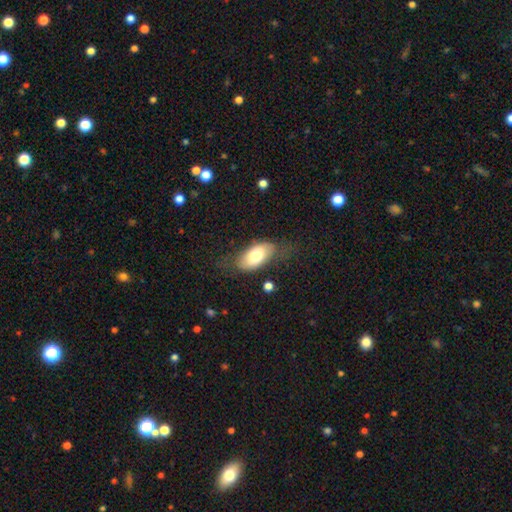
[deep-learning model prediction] Smooth or featured? Predicted: smooth (p=0.72). How rounded? Predicted: in between (p=0.92). Merging? Predicted: none (p=0.62).